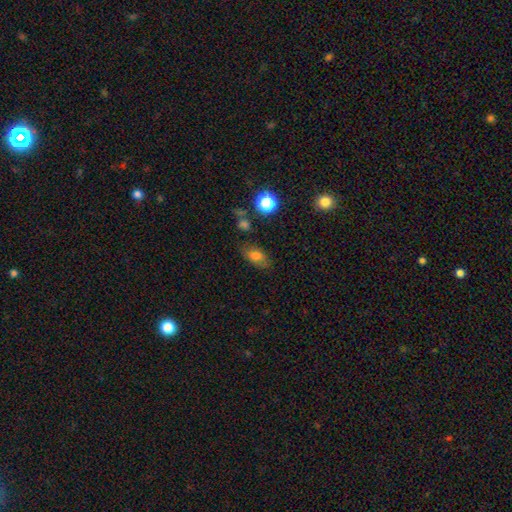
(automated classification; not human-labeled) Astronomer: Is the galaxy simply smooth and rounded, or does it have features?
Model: smooth — 73%.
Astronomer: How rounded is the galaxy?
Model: in between — 85%.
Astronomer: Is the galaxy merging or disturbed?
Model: none — 76%.